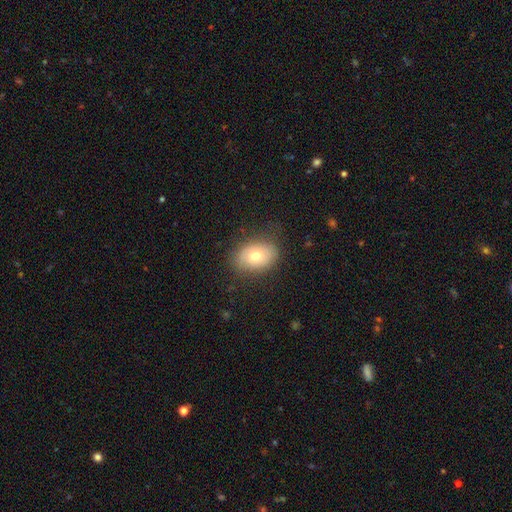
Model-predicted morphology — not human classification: This is likely a smooth galaxy (71%). How rounded: likely in between (75%). Merging: clearly none (80%).